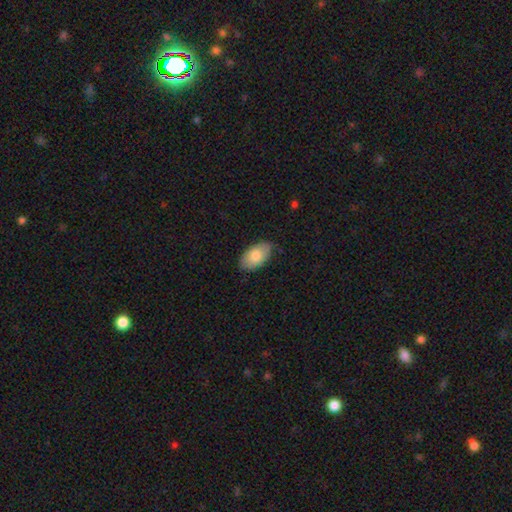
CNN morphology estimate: The model was most divided on "smooth or featured": smooth: 78%, featured or disk: 16%, star or artifact: 6%. More confident: how rounded — in between (95%); merging — none (80%).